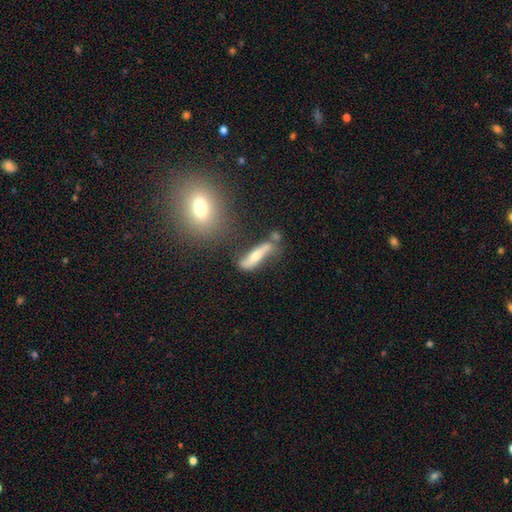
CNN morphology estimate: Smooth or featured: featured or disk — 51% (smooth — 41%)
Edge-on disk: no — 52% (yes — 48%)
Merging: none — 52% (minor disturbance — 23%)